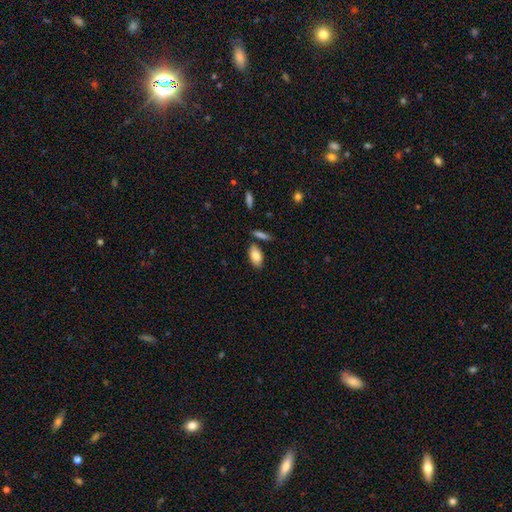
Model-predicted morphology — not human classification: smooth 85%, featured or disk 9%, star or artifact 6%. Down the decision tree: how rounded — in between (92%); merging — none (78%).